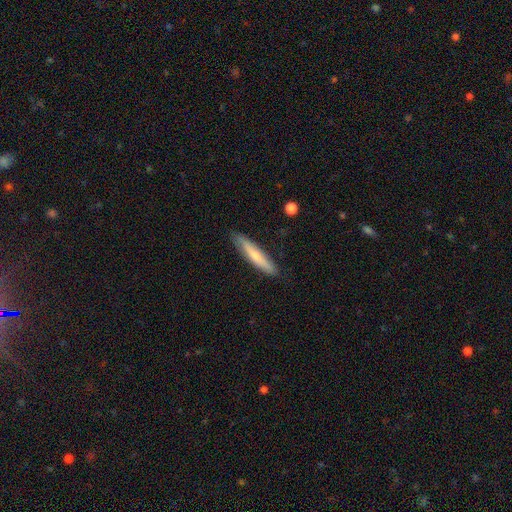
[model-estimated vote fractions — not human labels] smooth_or_featured: smooth (p=0.66) [alt: featured or disk p=0.29]
how_rounded: cigar-shaped (p=0.90) [alt: in between p=0.09]
merging: none (p=0.86) [alt: minor disturbance p=0.11]